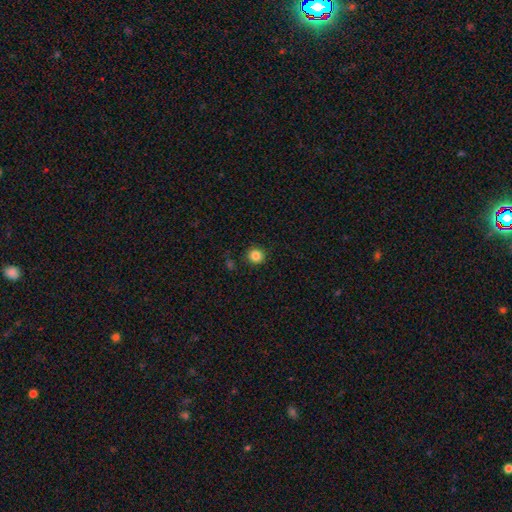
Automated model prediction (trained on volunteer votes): Morphology: type=smooth (84%); roundness=round (92%); merging=none (90%).